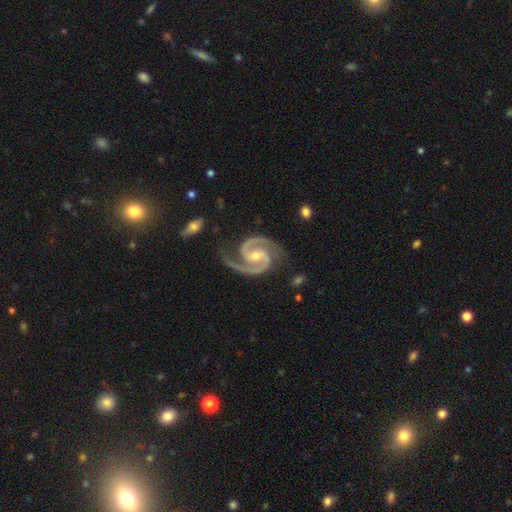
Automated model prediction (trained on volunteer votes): smooth-or-featured: featured or disk: 95% | star or artifact: 3% | smooth: 2%
  disk-edge-on: no: 98% | yes: 2%
    bar: weak: 41% | no: 37% | strong: 22%
    has-spiral-arms: yes: 99% | no: 1%
      spiral-winding: medium: 59% | tight: 34% | loose: 7%
      spiral-arm-count: 2: 94% | 3: 2% | can't tell: 1% | 1: 1% | 4: 1% | more than 4: 1%
    bulge-size: moderate: 52% | small: 45% | none: 1% | large: 1% | dominant: 1%
  merging: none: 77% | minor disturbance: 16% | major disturbance: 5% | merger: 2%